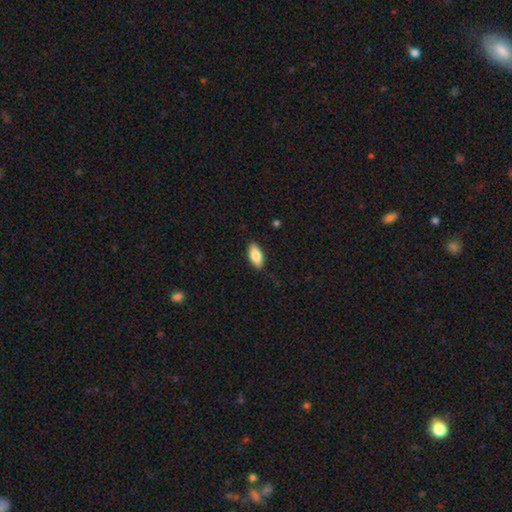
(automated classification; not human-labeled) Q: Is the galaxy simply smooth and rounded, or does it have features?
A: smooth — 82%.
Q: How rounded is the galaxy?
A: in between — 89%.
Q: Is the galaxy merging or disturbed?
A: none — 88%.